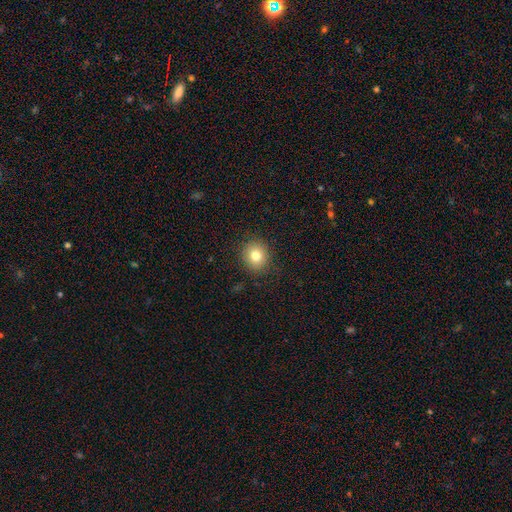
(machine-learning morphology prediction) The model was most divided on "how rounded": round: 84%, in between: 15%, cigar-shaped: 1%. More confident: merging — none (88%); smooth or featured — smooth (79%).